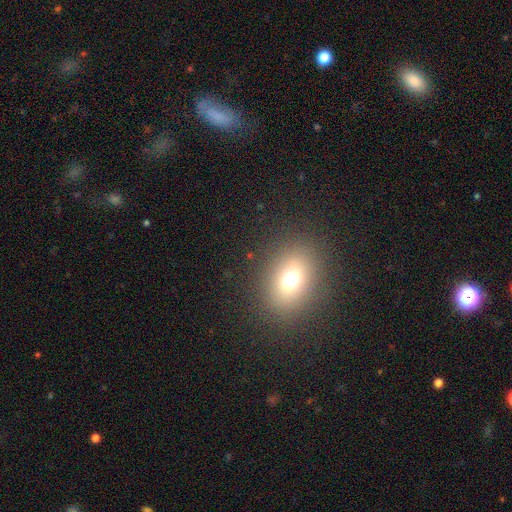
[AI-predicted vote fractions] smooth_or_featured: smooth (p=0.70) [alt: star or artifact p=0.17]
how_rounded: in between (p=0.67) [alt: round p=0.30]
merging: none (p=0.90) [alt: minor disturbance p=0.06]